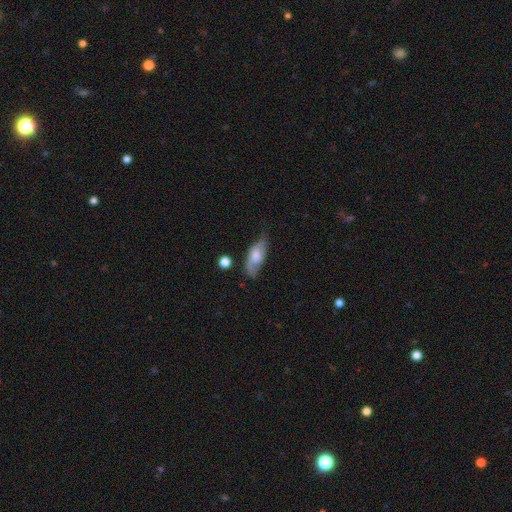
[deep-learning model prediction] smooth_or_featured: smooth (p=0.56) [alt: featured or disk p=0.37]
how_rounded: in between (p=0.78) [alt: cigar-shaped p=0.19]
merging: none (p=0.54) [alt: minor disturbance p=0.31]